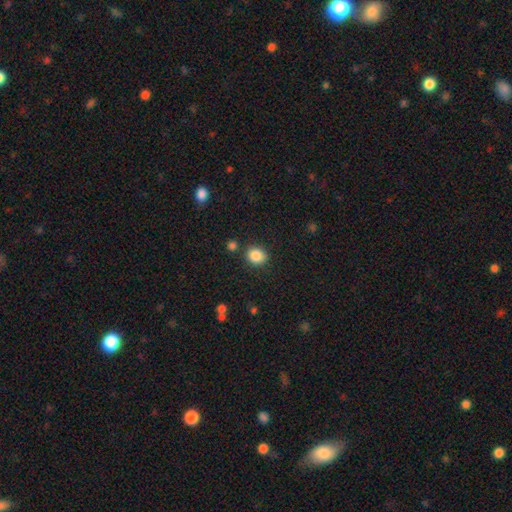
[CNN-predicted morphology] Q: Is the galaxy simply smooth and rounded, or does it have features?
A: smooth — 86%.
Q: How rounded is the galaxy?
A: round — 69%.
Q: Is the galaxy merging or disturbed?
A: none — 82%.